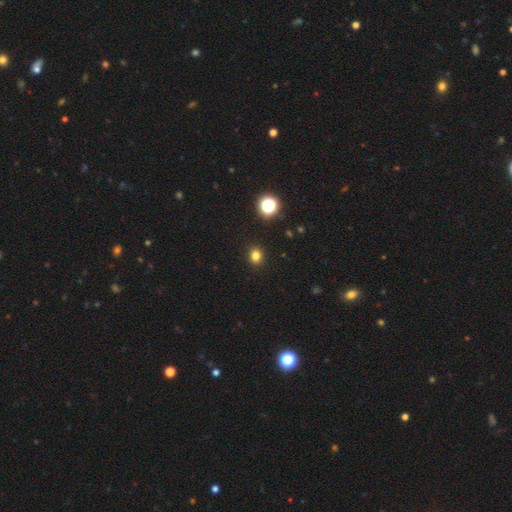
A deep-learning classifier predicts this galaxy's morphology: smooth_or_featured: smooth (p=0.80) [alt: star or artifact p=0.15]
how_rounded: round (p=0.69) [alt: in between p=0.30]
merging: none (p=0.91) [alt: minor disturbance p=0.06]